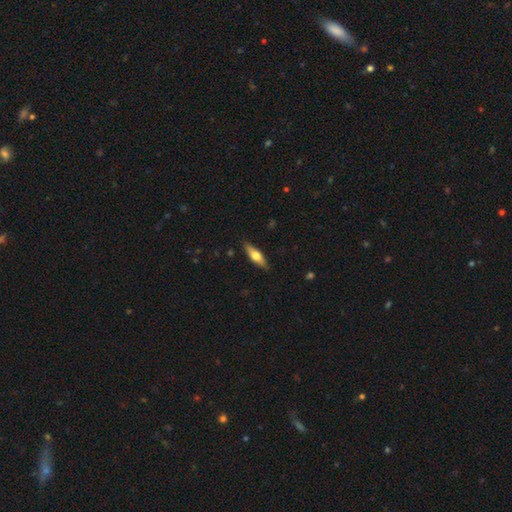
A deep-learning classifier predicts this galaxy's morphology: Smooth or featured? Predicted: smooth (p=0.52). How rounded? Predicted: cigar-shaped (p=0.55). Merging? Predicted: none (p=0.87).